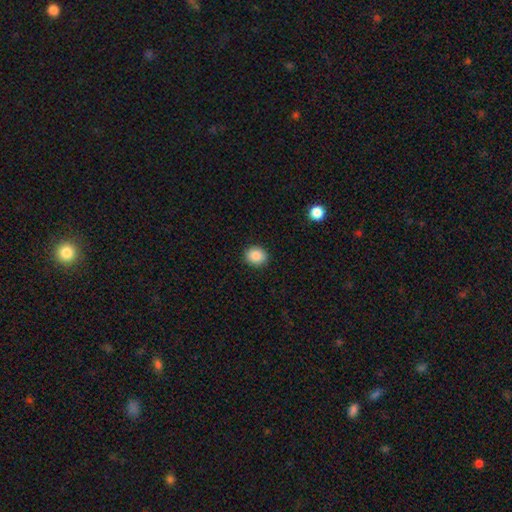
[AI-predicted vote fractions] Smooth or featured? Predicted: smooth (p=0.87). How rounded? Predicted: round (p=0.76). Merging? Predicted: none (p=0.91).